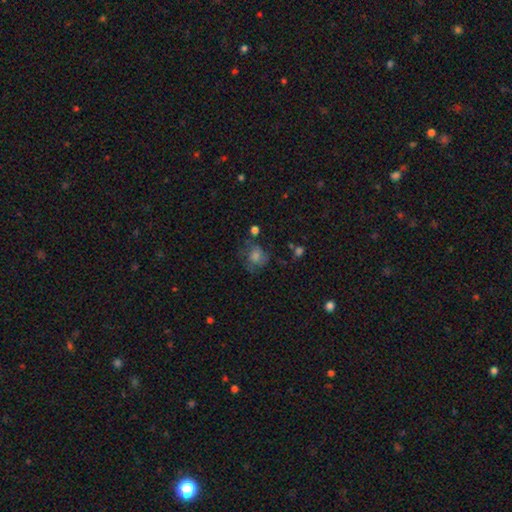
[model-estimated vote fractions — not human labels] smooth-or-featured: smooth: 45% | featured or disk: 34% | star or artifact: 21%
  merging: none: 61% | minor disturbance: 20% | major disturbance: 15% | merger: 4%